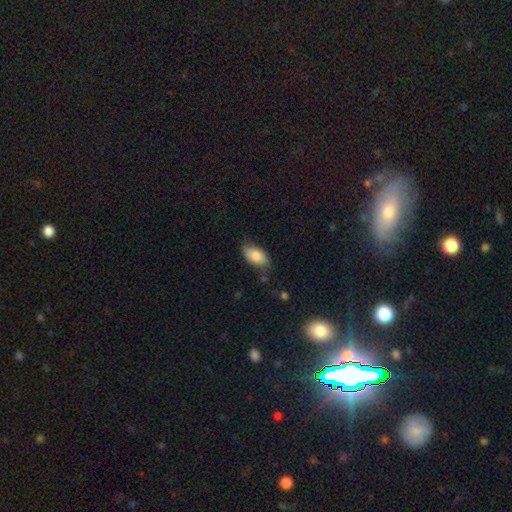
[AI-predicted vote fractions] smooth 82%, featured or disk 12%, star or artifact 7%. Down the decision tree: how rounded — in between (93%); merging — none (72%).